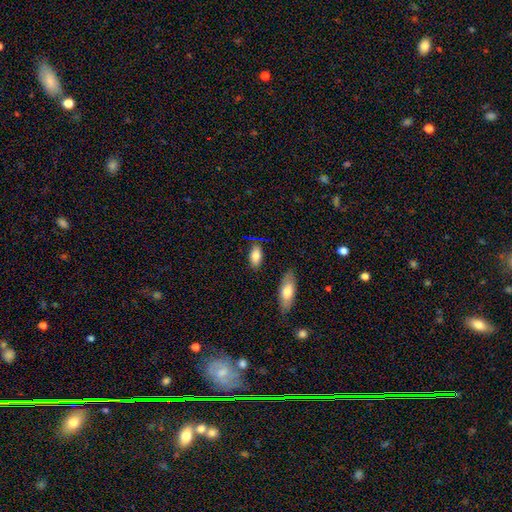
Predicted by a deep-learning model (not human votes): Smooth or featured: smooth — 81% (featured or disk — 12%)
How rounded: in between — 89% (cigar-shaped — 8%)
Merging: none — 78% (minor disturbance — 16%)